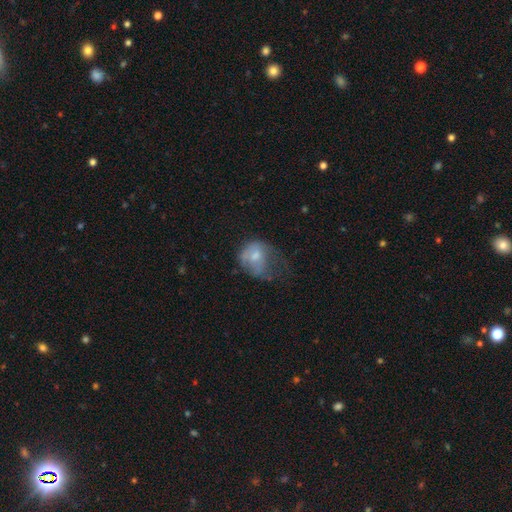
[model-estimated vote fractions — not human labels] Smooth or featured?
  - smooth: 56% *
  - featured or disk: 34%
  - star or artifact: 10%
How rounded?
  - in between: 51% *
  - round: 48%
  - cigar-shaped: 1%
Merging?
  - major disturbance: 50% *
  - minor disturbance: 25%
  - none: 22%
  - merger: 3%